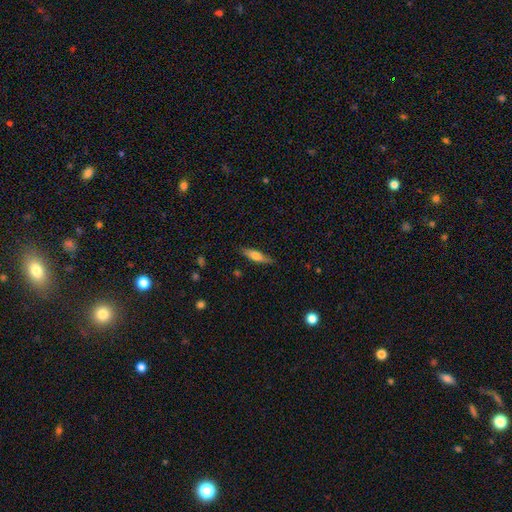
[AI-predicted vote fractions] A smooth galaxy with no disk features (60%) that is cigar-shaped (67%). Merging: none (81%).